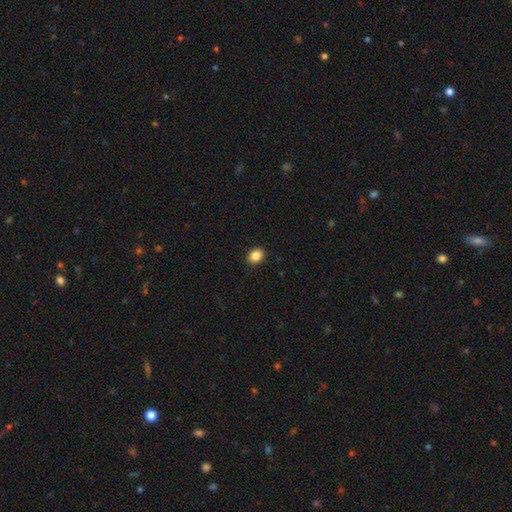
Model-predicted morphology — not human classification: This appears to be a smooth galaxy with no disk features (86%) that is in between round and cigar-shaped (50%). Merging: none (91%).